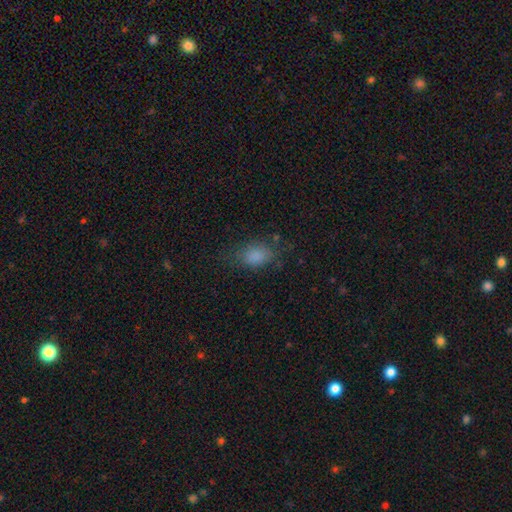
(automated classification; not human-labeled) The model was most divided on "merging": none: 70%, minor disturbance: 19%, major disturbance: 9%, merger: 2%. More confident: smooth or featured — smooth (82%); how rounded — in between (78%).